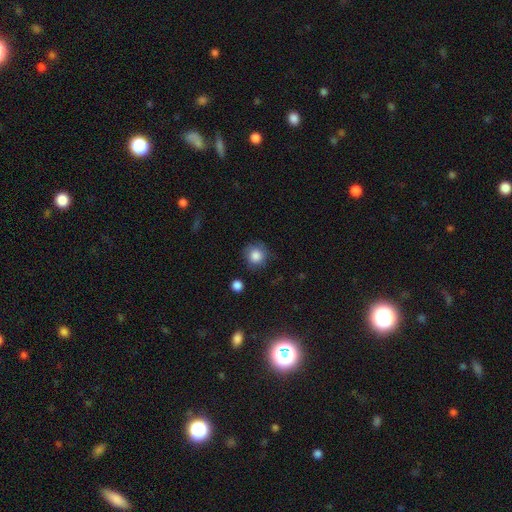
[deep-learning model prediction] smooth_or_featured: smooth (p=0.83) [alt: star or artifact p=0.09]
how_rounded: round (p=0.90) [alt: in between p=0.09]
merging: none (p=0.78) [alt: minor disturbance p=0.15]